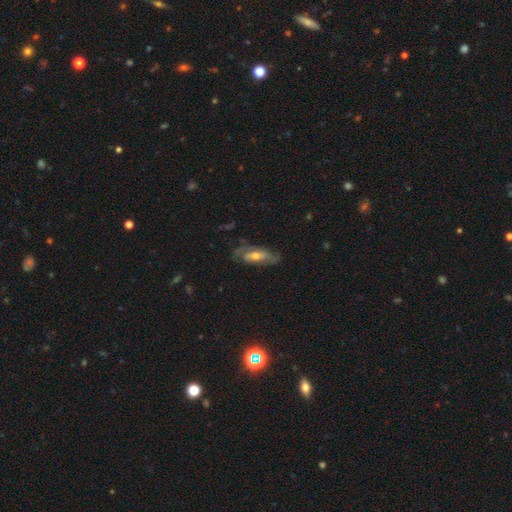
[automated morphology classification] Smooth or featured? featured or disk (67%)
Edge-on disk? no (75%)
Bar? no (50%)
Spiral arms? yes (74%)
Bulge size? moderate (59%)
Merging? none (62%)